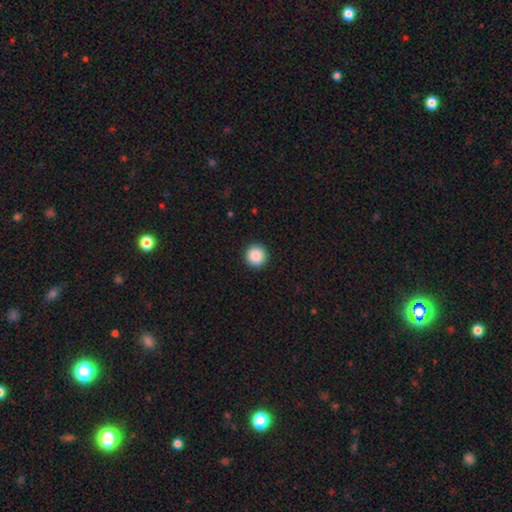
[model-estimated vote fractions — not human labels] Smooth or featured?
  - smooth: 88% *
  - star or artifact: 8%
  - featured or disk: 4%
How rounded?
  - round: 96% *
  - in between: 3%
  - cigar-shaped: 1%
Merging?
  - none: 93% *
  - minor disturbance: 4%
  - major disturbance: 1%
  - merger: 1%